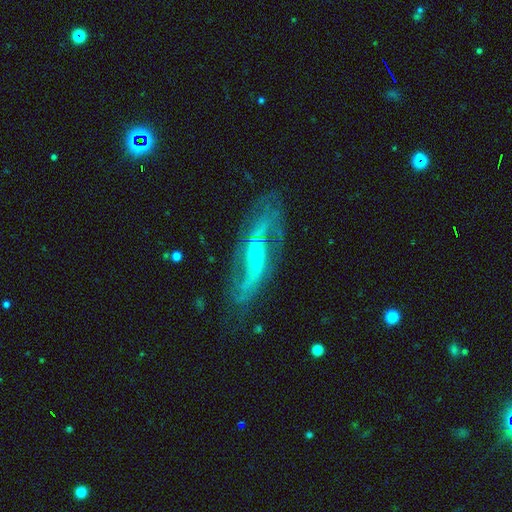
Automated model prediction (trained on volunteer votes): Smooth or featured: featured or disk — 88% (smooth — 6%)
Edge-on disk: no — 89% (yes — 11%)
Bar: weak — 40% (strong — 34%)
Spiral arms: yes — 95% (no — 5%)
Spiral winding: loose — 56% (medium — 33%)
Spiral arm count: 2 — 90% (can't tell — 4%)
Bulge size: small — 73% (moderate — 20%)
Merging: none — 74% (minor disturbance — 16%)